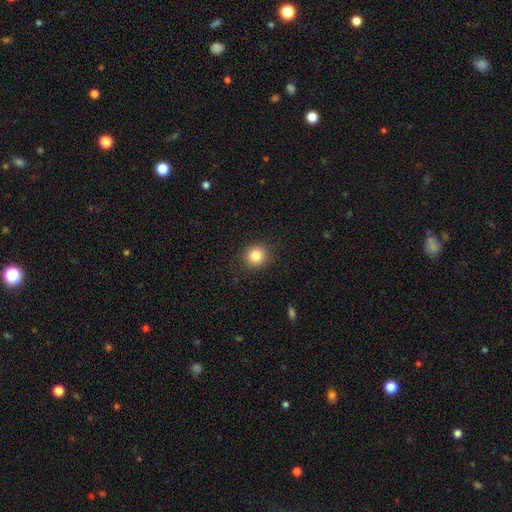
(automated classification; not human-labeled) Smooth or featured? Predicted: smooth (p=0.84). How rounded? Predicted: round (p=0.89). Merging? Predicted: none (p=0.90).